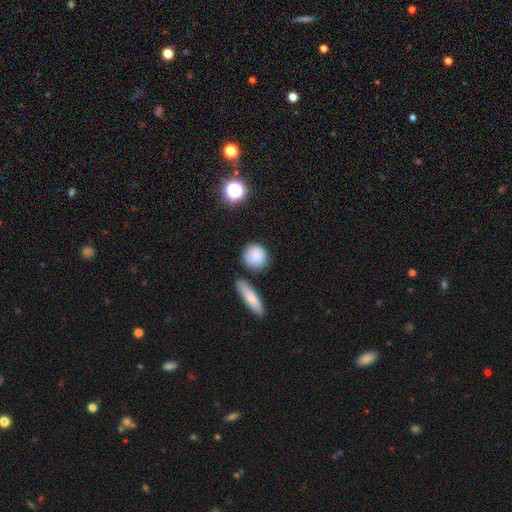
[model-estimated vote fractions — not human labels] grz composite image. It shows a smooth galaxy with no disk features (83%) that is round (85%). Merging: none (76%).